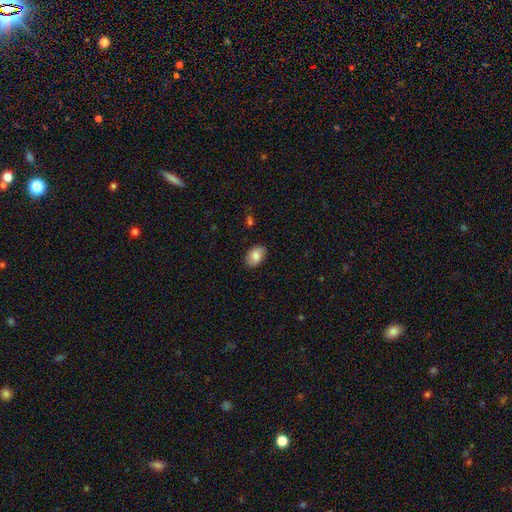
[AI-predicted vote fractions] Smooth or featured: smooth — 81% (featured or disk — 12%)
How rounded: in between — 87% (round — 12%)
Merging: none — 85% (minor disturbance — 11%)